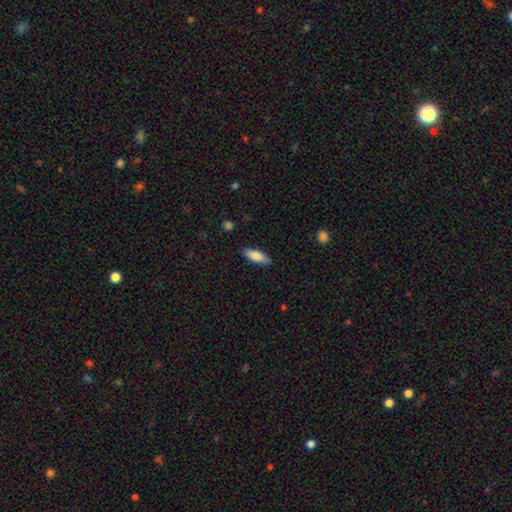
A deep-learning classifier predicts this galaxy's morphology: Smooth or featured? Predicted: smooth (p=0.80). How rounded? Predicted: in between (p=0.62). Merging? Predicted: none (p=0.87).